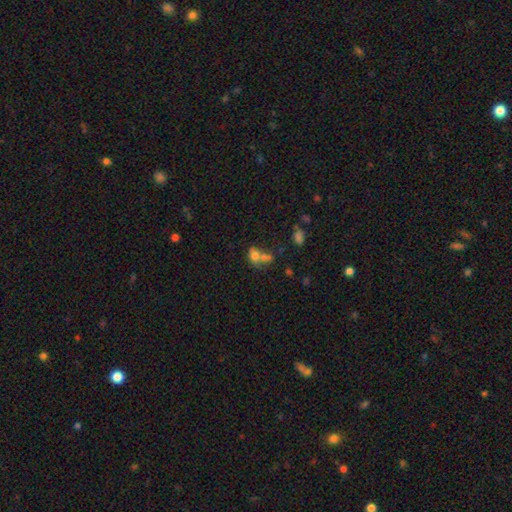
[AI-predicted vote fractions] Smooth or featured? Predicted: smooth (p=0.66). How rounded? Predicted: in between (p=0.52). Merging? Predicted: merger (p=0.56).